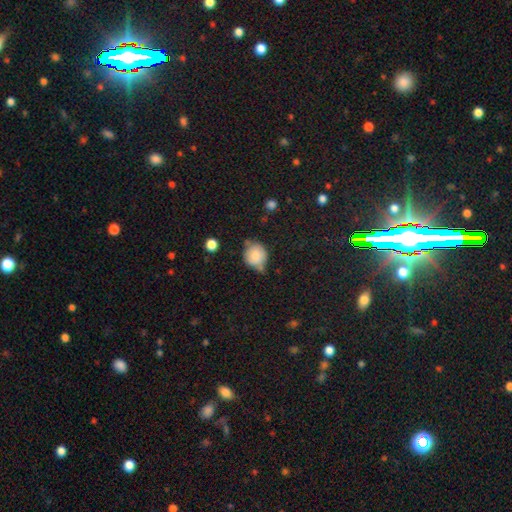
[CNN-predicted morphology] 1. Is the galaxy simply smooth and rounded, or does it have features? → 83% smooth, 9% star or artifact, 8% featured or disk.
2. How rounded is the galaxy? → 82% round, 17% in between, 1% cigar-shaped.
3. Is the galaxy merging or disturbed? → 56% none, 28% minor disturbance, 10% merger, 6% major disturbance.